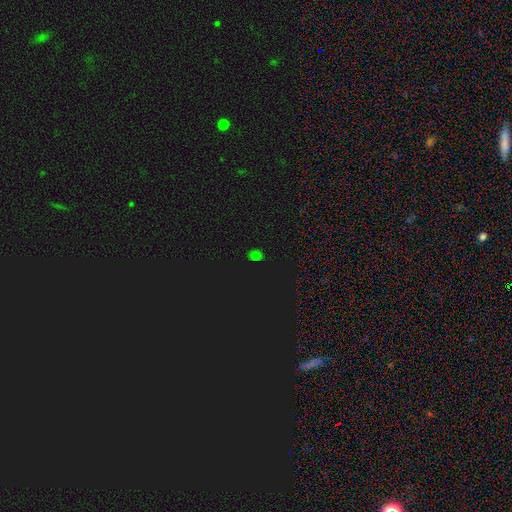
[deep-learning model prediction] This is possibly a smooth galaxy (54%). How rounded: possibly round (56%). Merging: clearly none (84%).